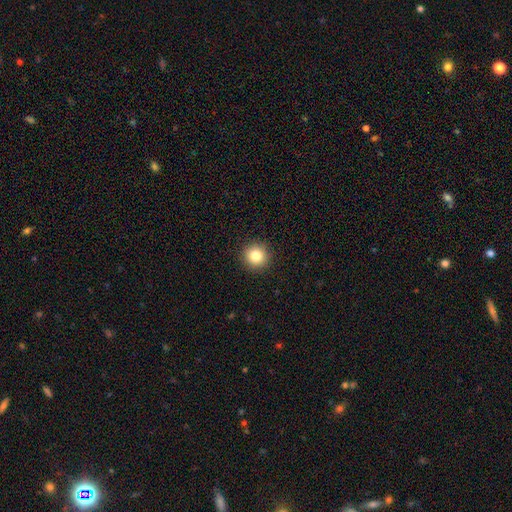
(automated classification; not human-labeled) This is clearly a smooth galaxy (82%). How rounded: clearly round (95%). Merging: clearly none (92%).